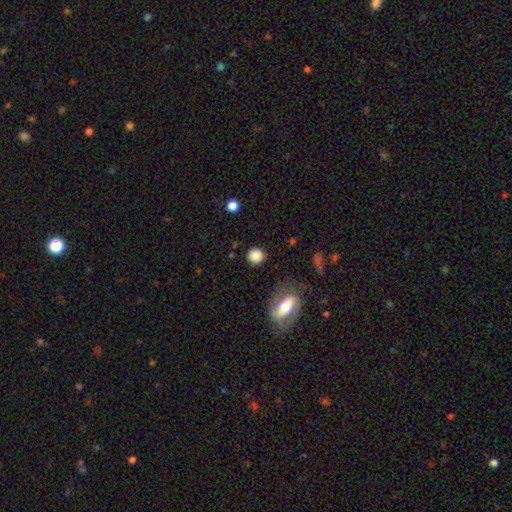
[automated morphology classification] Q: Smooth or featured?
A: smooth (85%); runner-up: star or artifact (9%)
Q: How rounded?
A: round (90%); runner-up: in between (9%)
Q: Merging?
A: none (85%); runner-up: minor disturbance (9%)